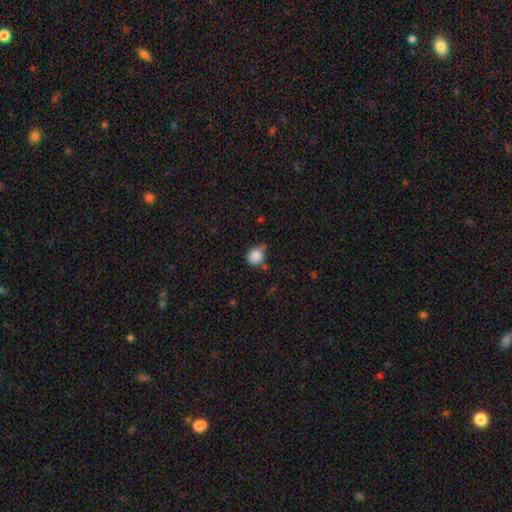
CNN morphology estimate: Smooth or featured: smooth — 86% (star or artifact — 10%)
How rounded: round — 80% (in between — 19%)
Merging: none — 53% (minor disturbance — 33%)